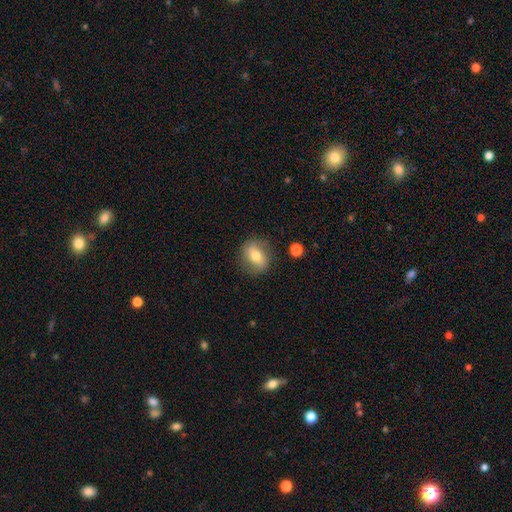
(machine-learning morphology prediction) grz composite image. It shows a smooth galaxy with no disk features (60%) that is round (52%). Merging: none (80%).